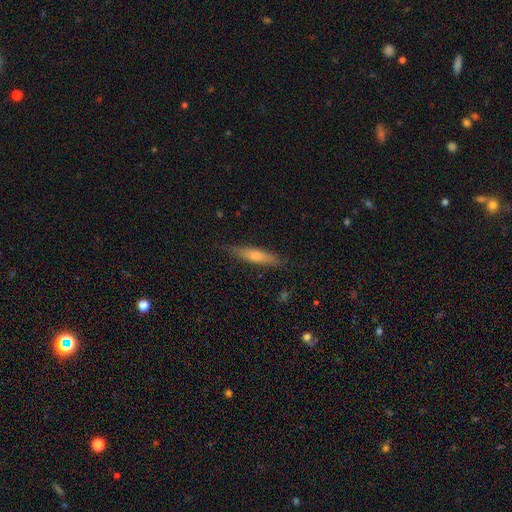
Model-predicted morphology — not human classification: type=smooth (61%); roundness=cigar-shaped (81%); merging=none (82%).